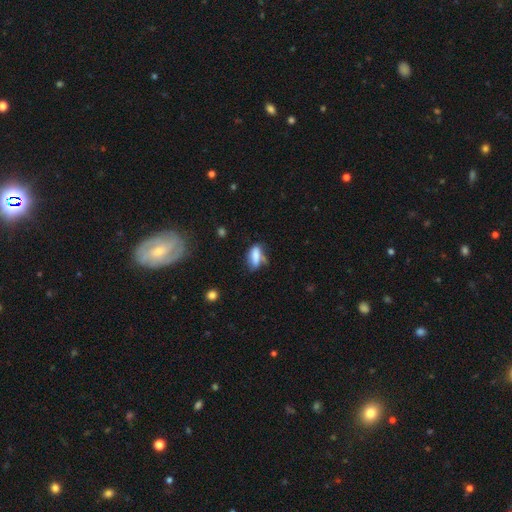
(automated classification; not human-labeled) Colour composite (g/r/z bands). It shows a smooth galaxy with no disk features (75%) that is in between round and cigar-shaped (72%). Merging: none (45%).